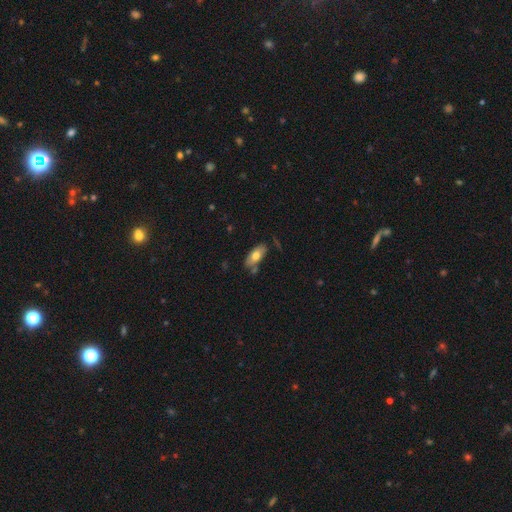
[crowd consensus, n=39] smooth 72%, featured or disk 28%, star or artifact 0%. Down the decision tree: how rounded — in between (89%); merging — none (69%).